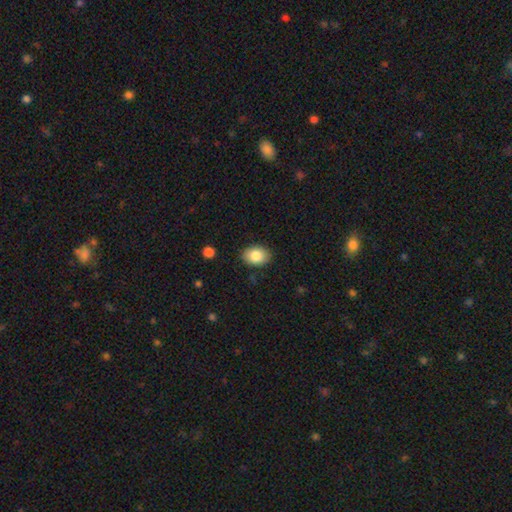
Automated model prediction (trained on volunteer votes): Q: Smooth or featured?
A: smooth (84%); runner-up: featured or disk (8%)
Q: How rounded?
A: in between (74%); runner-up: round (25%)
Q: Merging?
A: none (86%); runner-up: minor disturbance (10%)